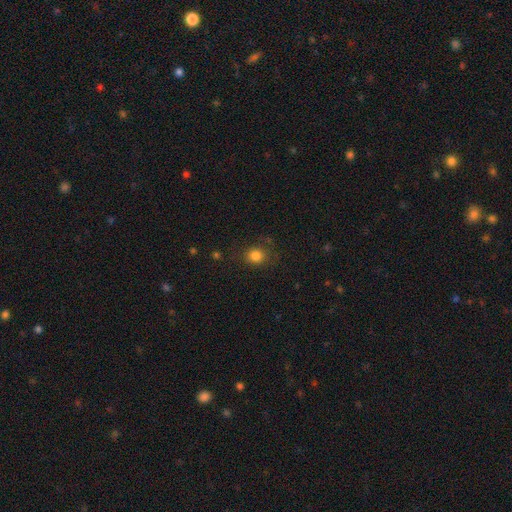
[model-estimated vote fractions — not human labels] This is clearly a smooth galaxy (82%). How rounded: likely round (80%). Merging: clearly none (80%).